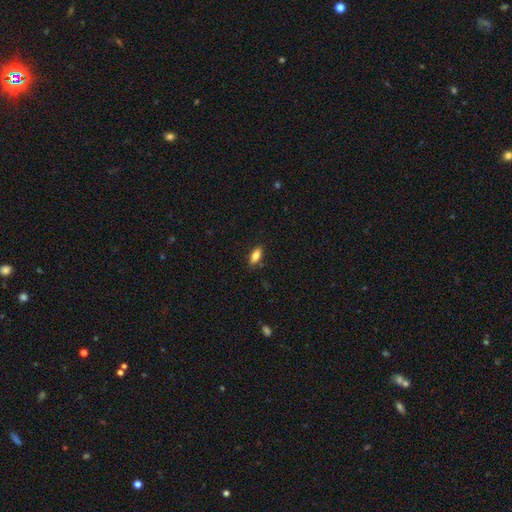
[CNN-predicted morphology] Smooth or featured? Predicted: smooth (p=0.80). How rounded? Predicted: in between (p=0.84). Merging? Predicted: none (p=0.85).